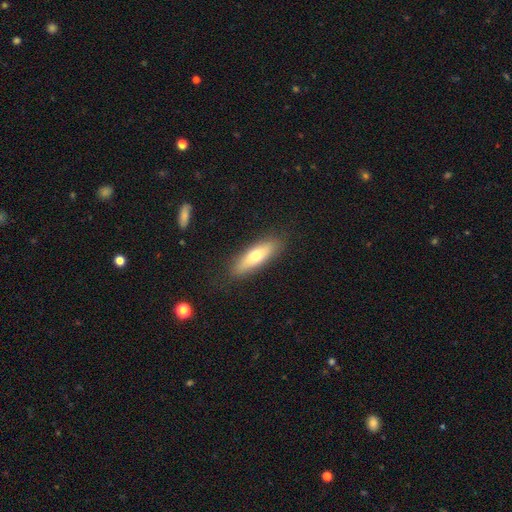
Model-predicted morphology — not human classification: A smooth galaxy with no disk features (64%) that is cigar-shaped (55%).

Vote fractions:
- Smooth or featured? smooth: 64% / featured or disk: 29% / star or artifact: 6%
- How rounded? cigar-shaped: 55% / in between: 43% / round: 2%
- Merging? none: 86% / minor disturbance: 10% / major disturbance: 2% / merger: 1%